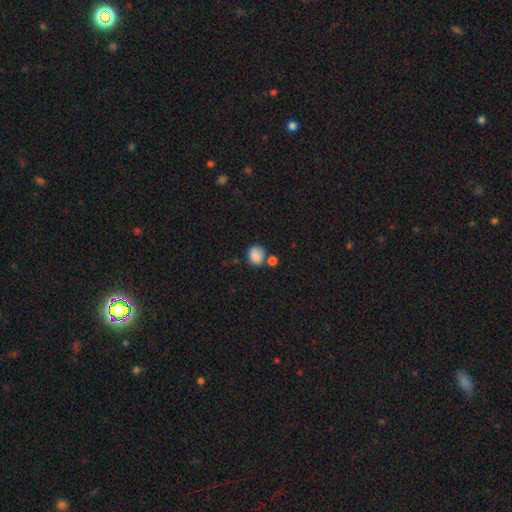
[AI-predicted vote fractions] smooth 85%, star or artifact 9%, featured or disk 6%. Down the decision tree: how rounded — round (65%); merging — none (55%).